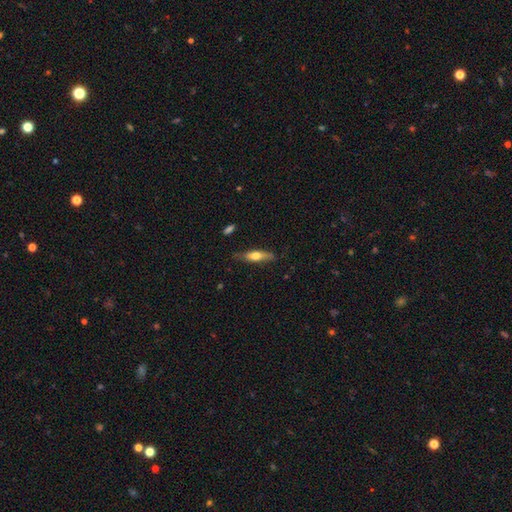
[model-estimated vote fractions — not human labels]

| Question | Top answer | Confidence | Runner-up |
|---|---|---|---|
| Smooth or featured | smooth | 54% | featured or disk (40%) |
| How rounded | cigar-shaped | 65% | in between (33%) |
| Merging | none | 76% | minor disturbance (19%) |